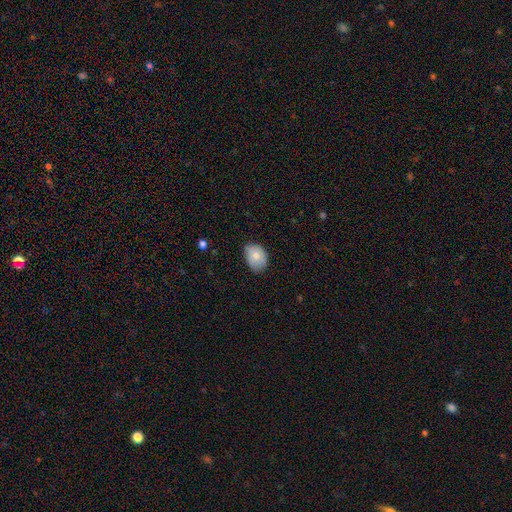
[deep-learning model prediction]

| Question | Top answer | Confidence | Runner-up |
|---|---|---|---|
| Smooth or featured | smooth | 79% | featured or disk (14%) |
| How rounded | in between | 75% | round (24%) |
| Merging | none | 65% | minor disturbance (29%) |